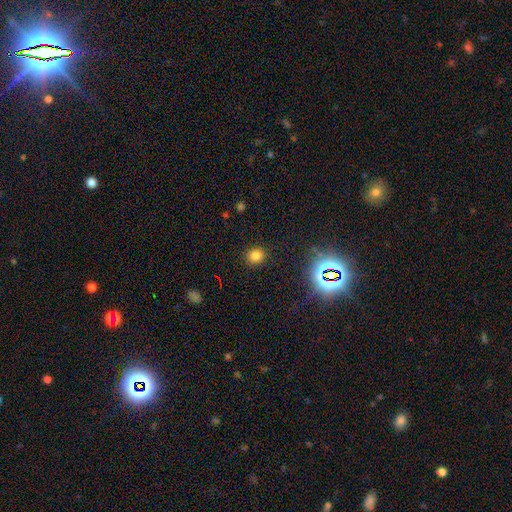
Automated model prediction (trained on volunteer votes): Smooth or featured? smooth (77%)
How rounded? round (78%)
Merging? none (88%)